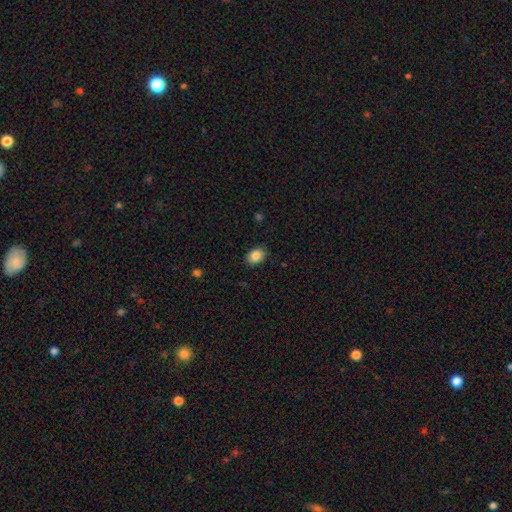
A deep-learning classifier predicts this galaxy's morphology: Smooth or featured? smooth (87%)
How rounded? in between (73%)
Merging? none (88%)